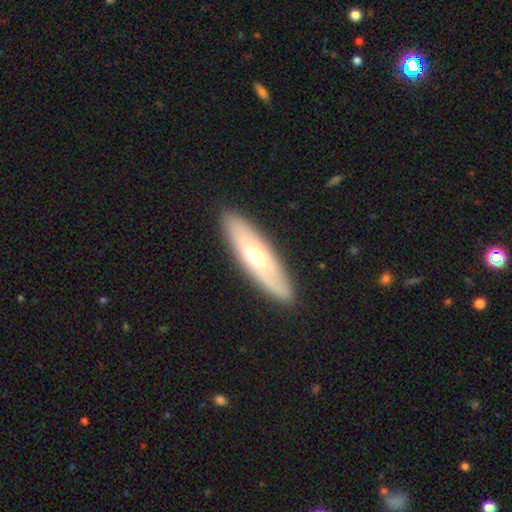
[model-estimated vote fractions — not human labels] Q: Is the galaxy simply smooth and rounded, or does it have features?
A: featured or disk — 48%.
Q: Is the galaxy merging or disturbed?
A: none — 88%.